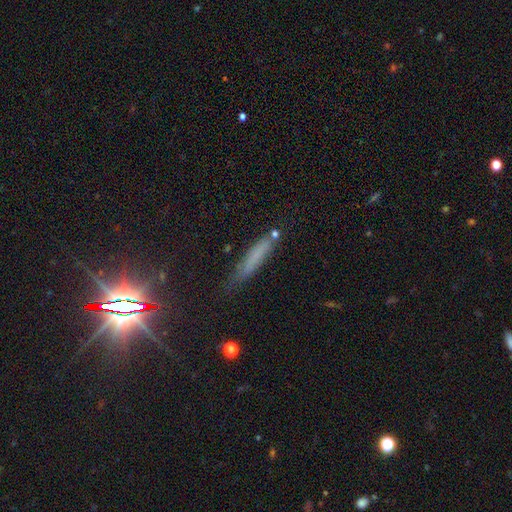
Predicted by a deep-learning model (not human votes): smooth_or_featured: smooth (p=0.57) [alt: featured or disk p=0.24]
how_rounded: cigar-shaped (p=0.89) [alt: in between p=0.09]
merging: none (p=0.66) [alt: minor disturbance p=0.23]